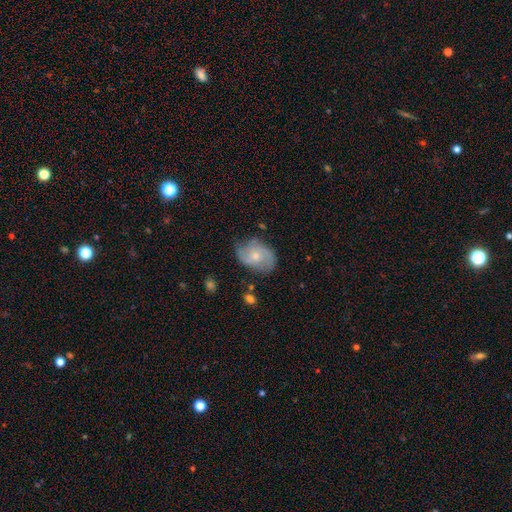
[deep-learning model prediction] The model was most divided on "bulge size": small: 51%, moderate: 43%, none: 3%, large: 2%, dominant: 1%. Remaining: edge-on disk — no (97%); spiral arms — yes (90%); bar — no (69%); smooth or featured — featured or disk (67%); merging — none (63%); spiral arm count — 2 (54%); spiral winding — medium (45%).